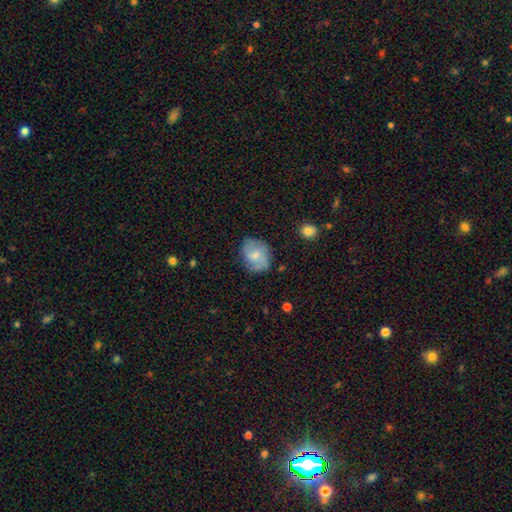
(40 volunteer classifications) Smooth or featured: smooth — 52% (featured or disk — 40%)
How rounded: in between — 57% (round — 43%)
Merging: none — 73% (minor disturbance — 22%)